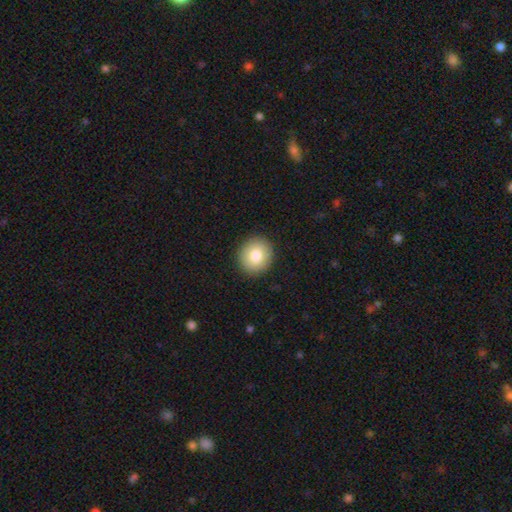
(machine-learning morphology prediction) smooth_or_featured: smooth (p=0.82) [alt: featured or disk p=0.10]
how_rounded: round (p=0.84) [alt: in between p=0.16]
merging: none (p=0.91) [alt: minor disturbance p=0.06]